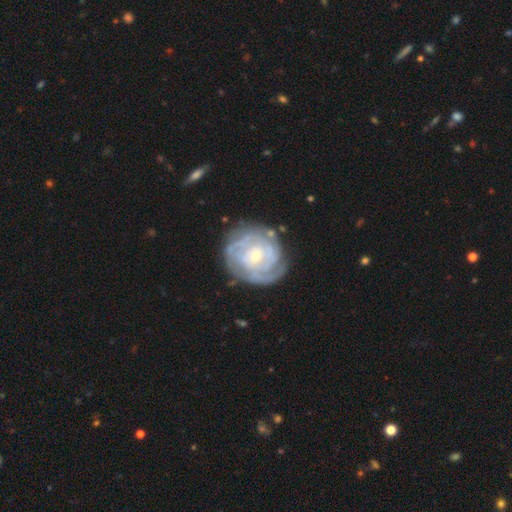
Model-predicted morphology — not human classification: A featured or disk galaxy (81%) with no bar (70%), tight (75%) spiral arms (85%) and a small central bulge (65%). Merging: none (73%).